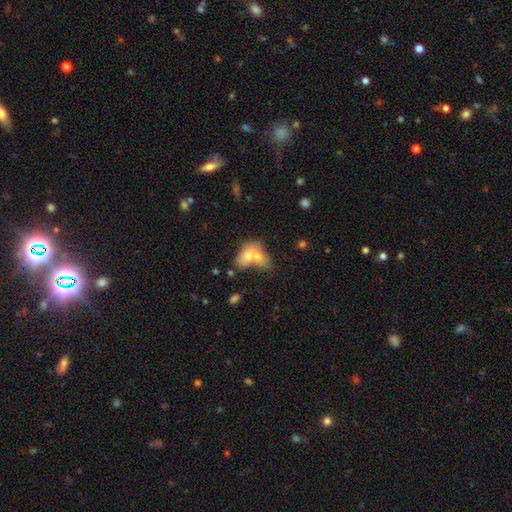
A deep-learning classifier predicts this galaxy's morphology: A smooth galaxy with no disk features (63%) that is in between round and cigar-shaped (73%).

Vote fractions:
- Smooth or featured? smooth: 63% / featured or disk: 26% / star or artifact: 11%
- How rounded? in between: 73% / round: 23% / cigar-shaped: 4%
- Merging? merger: 69% / none: 19% / minor disturbance: 7% / major disturbance: 5%